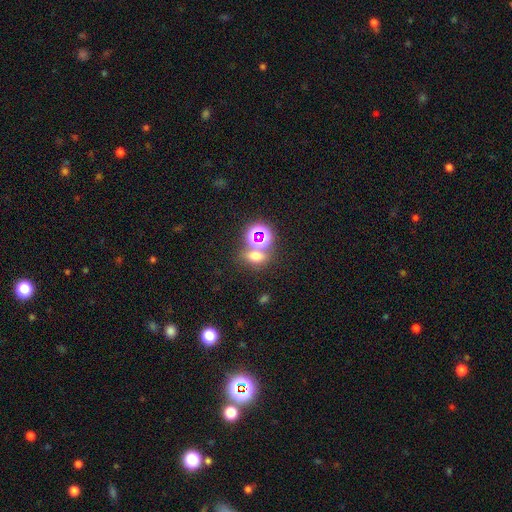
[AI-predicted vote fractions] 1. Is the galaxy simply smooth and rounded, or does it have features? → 55% smooth, 35% star or artifact, 11% featured or disk.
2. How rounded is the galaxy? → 55% in between, 42% round, 3% cigar-shaped.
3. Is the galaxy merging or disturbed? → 64% none, 22% merger, 9% minor disturbance, 5% major disturbance.